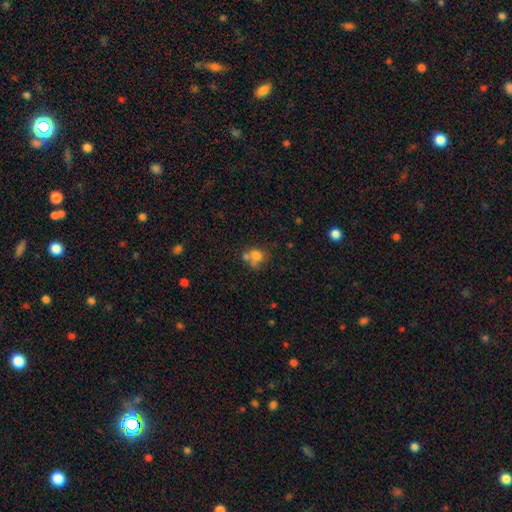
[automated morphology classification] Smooth or featured?
  - smooth: 72% *
  - featured or disk: 15%
  - star or artifact: 13%
How rounded?
  - round: 69% *
  - in between: 30%
  - cigar-shaped: 1%
Merging?
  - merger: 40% * (tied)
  - none: 40% * (tied)
  - minor disturbance: 13%
  - major disturbance: 7%